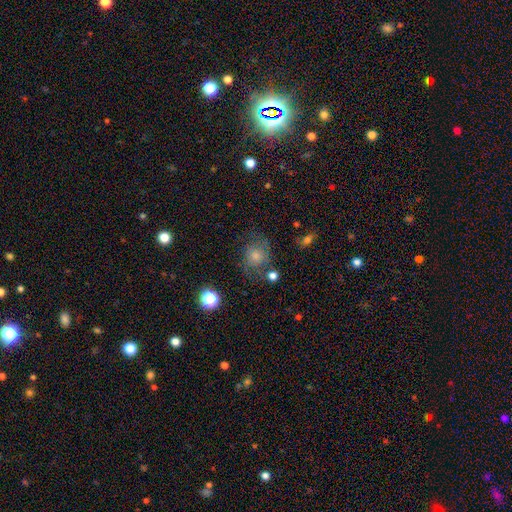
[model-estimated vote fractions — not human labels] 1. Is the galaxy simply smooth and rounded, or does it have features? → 39% smooth, 38% featured or disk, 22% star or artifact.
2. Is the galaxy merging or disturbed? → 67% none, 18% minor disturbance, 11% major disturbance, 3% merger.